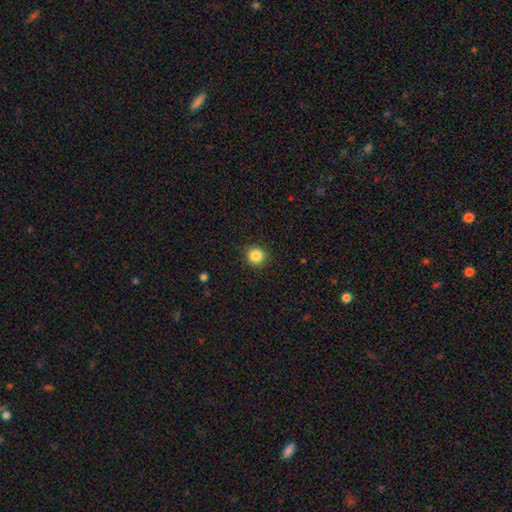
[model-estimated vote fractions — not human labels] The model was most divided on "smooth or featured": smooth: 86%, star or artifact: 10%, featured or disk: 4%. More confident: how rounded — round (92%); merging — none (91%).